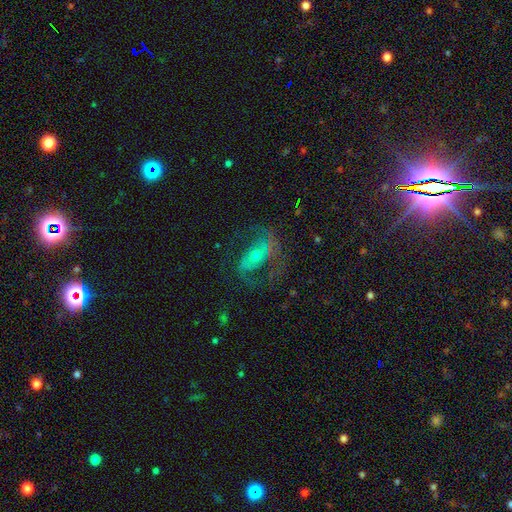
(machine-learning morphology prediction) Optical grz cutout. It shows a featured or disk galaxy (74%) with no bar (48%), 2 (78%) medium (49%) spiral arms (81%) and a moderate central bulge (56%). Merging: none (56%).